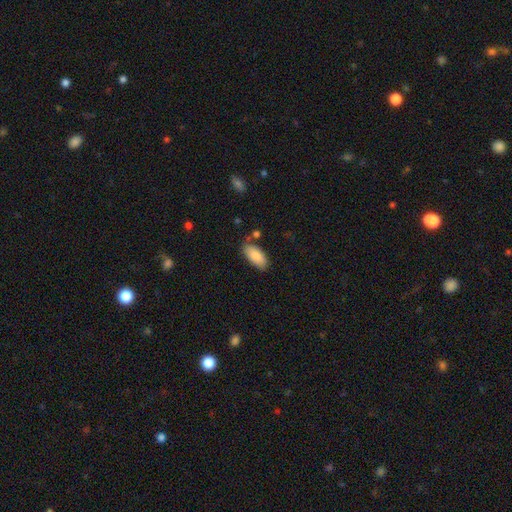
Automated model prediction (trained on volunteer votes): smooth_or_featured: smooth (p=0.87) [alt: featured or disk p=0.07]
how_rounded: in between (p=0.90) [alt: cigar-shaped p=0.08]
merging: none (p=0.75) [alt: minor disturbance p=0.16]